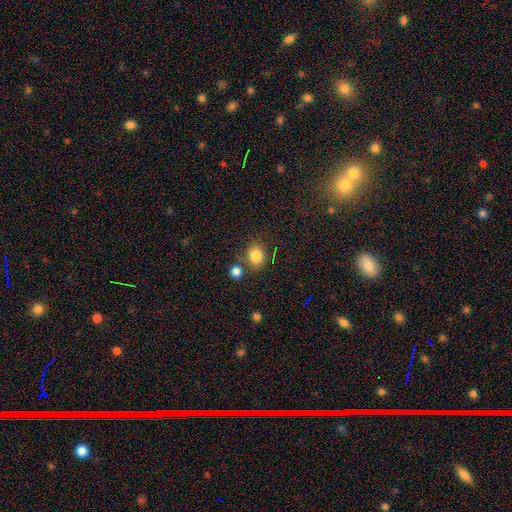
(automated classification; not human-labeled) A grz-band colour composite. It shows a smooth galaxy with no disk features (83%) that is round (56%). Merging: none (71%).